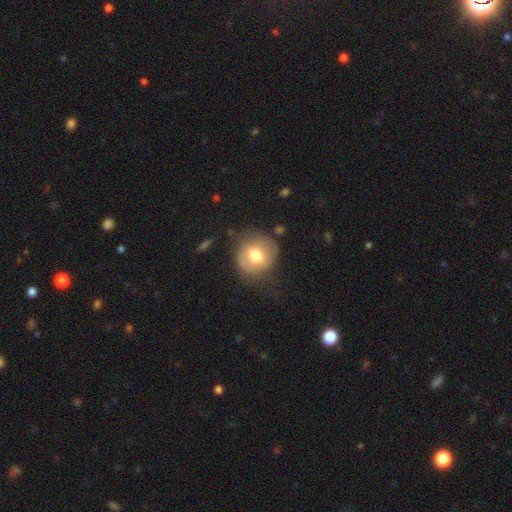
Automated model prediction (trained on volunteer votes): smooth 64%, featured or disk 28%, star or artifact 8%. Down the decision tree: how rounded — round (82%); merging — none (65%).